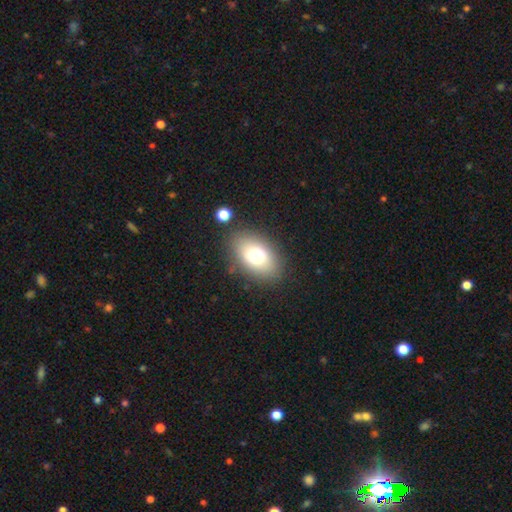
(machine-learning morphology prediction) A smooth galaxy with no disk features (72%) that is in between round and cigar-shaped (83%).

Vote fractions:
- Smooth or featured? smooth: 72% / featured or disk: 17% / star or artifact: 11%
- How rounded? in between: 83% / round: 15% / cigar-shaped: 2%
- Merging? none: 82% / minor disturbance: 10% / major disturbance: 4% / merger: 3%